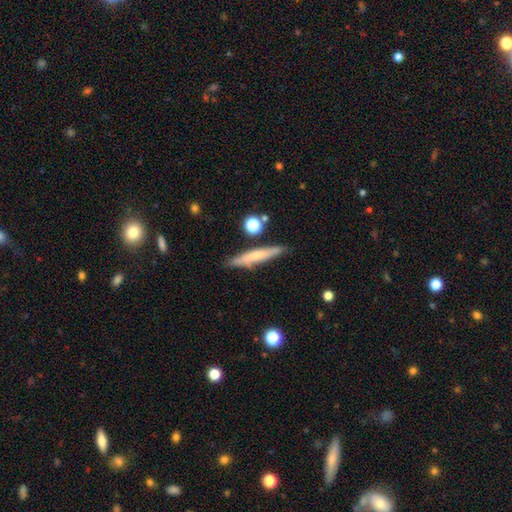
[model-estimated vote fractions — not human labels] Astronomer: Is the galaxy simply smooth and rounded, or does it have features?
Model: smooth — 56% (runner-up: featured or disk, 37%).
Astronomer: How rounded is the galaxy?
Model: cigar-shaped — 91%.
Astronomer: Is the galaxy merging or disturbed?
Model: none — 80%.